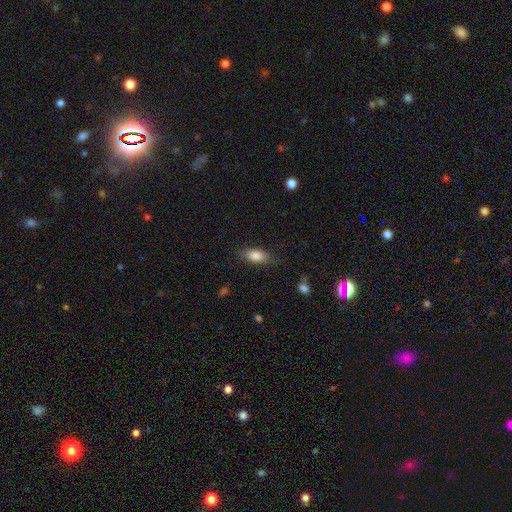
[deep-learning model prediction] smooth 83%, featured or disk 10%, star or artifact 7%. Down the decision tree: how rounded — in between (86%); merging — none (78%).